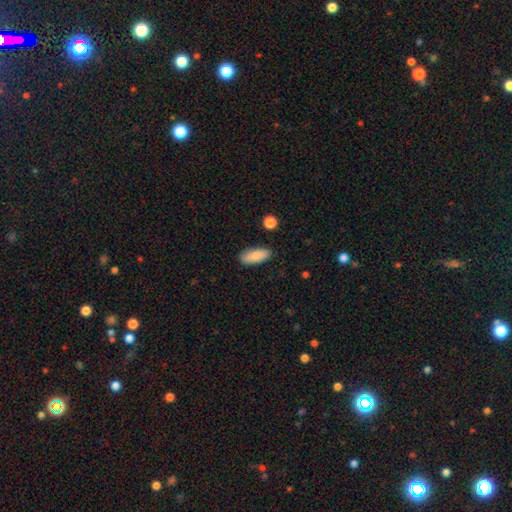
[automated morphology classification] Smooth or featured? Predicted: smooth (p=0.86). How rounded? Predicted: in between (p=0.82). Merging? Predicted: none (p=0.86).